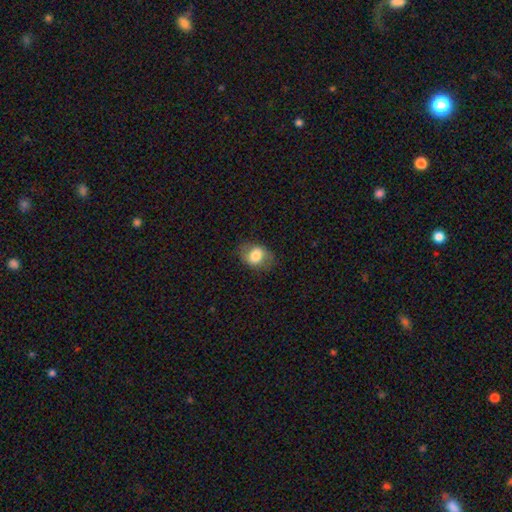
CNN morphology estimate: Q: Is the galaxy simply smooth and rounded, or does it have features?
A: smooth — 71%.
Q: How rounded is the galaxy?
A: in between — 63%.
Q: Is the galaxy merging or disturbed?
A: none — 74%.